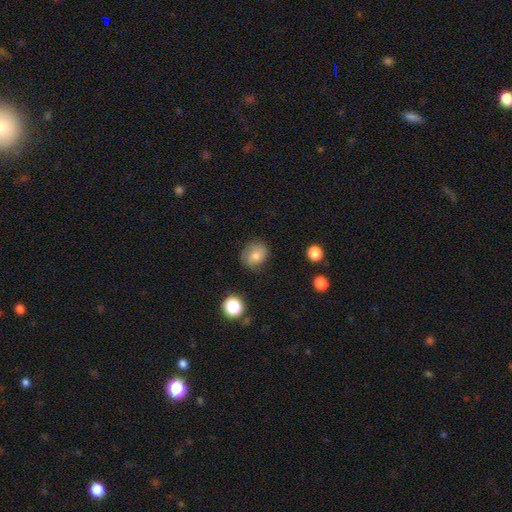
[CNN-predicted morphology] This appears to be a smooth galaxy with no disk features (69%) that is round (68%). Merging: none (70%).